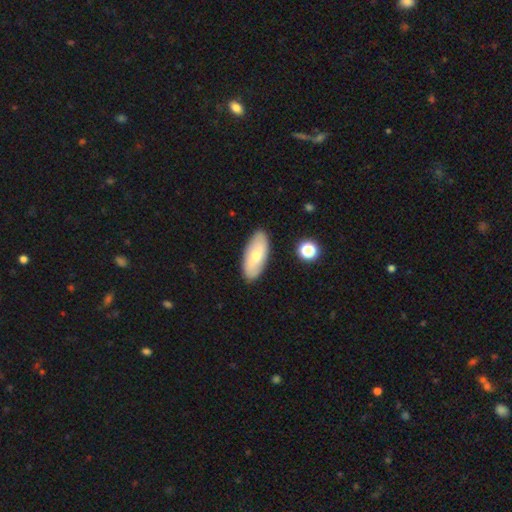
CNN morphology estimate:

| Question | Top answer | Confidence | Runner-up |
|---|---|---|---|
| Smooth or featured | smooth | 59% | featured or disk (35%) |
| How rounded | in between | 85% | cigar-shaped (13%) |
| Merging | none | 87% | minor disturbance (10%) |